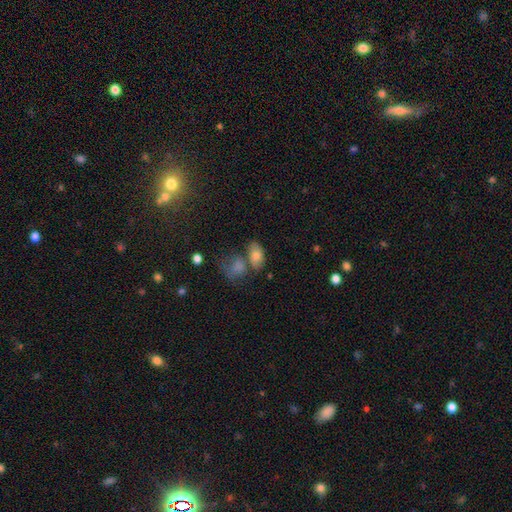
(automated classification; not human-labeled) smooth 73%, featured or disk 15%, star or artifact 12%. Down the decision tree: how rounded — in between (85%); merging — none (47%).